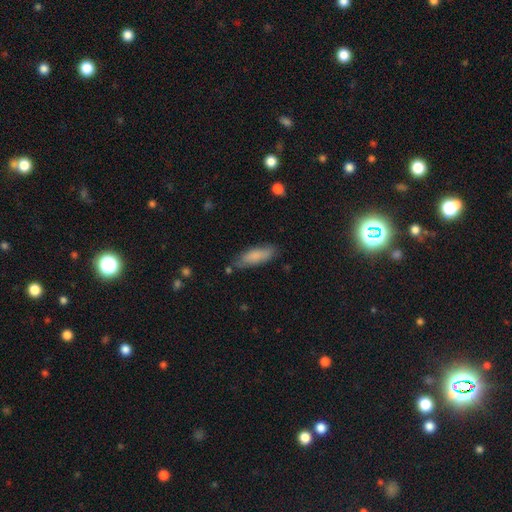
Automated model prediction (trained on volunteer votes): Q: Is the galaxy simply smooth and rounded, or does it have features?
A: smooth — 82%.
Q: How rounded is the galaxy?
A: in between — 57%.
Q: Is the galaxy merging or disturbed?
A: none — 76%.